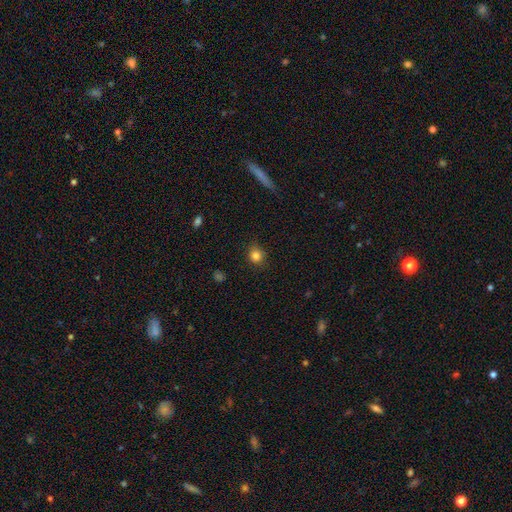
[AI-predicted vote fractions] smooth-or-featured: smooth: 83% | star or artifact: 12% | featured or disk: 5%
  how-rounded: round: 83% | in between: 16% | cigar-shaped: 1%
  merging: none: 84% | minor disturbance: 12% | major disturbance: 3% | merger: 1%